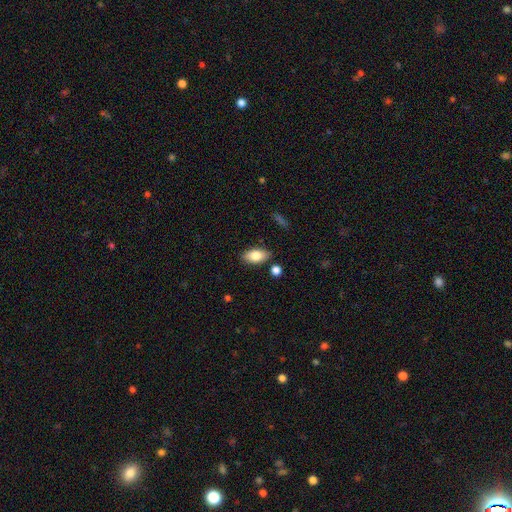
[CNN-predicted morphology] Q: Smooth or featured?
A: smooth (80%); runner-up: featured or disk (13%)
Q: How rounded?
A: in between (91%); runner-up: cigar-shaped (4%)
Q: Merging?
A: none (84%); runner-up: minor disturbance (10%)